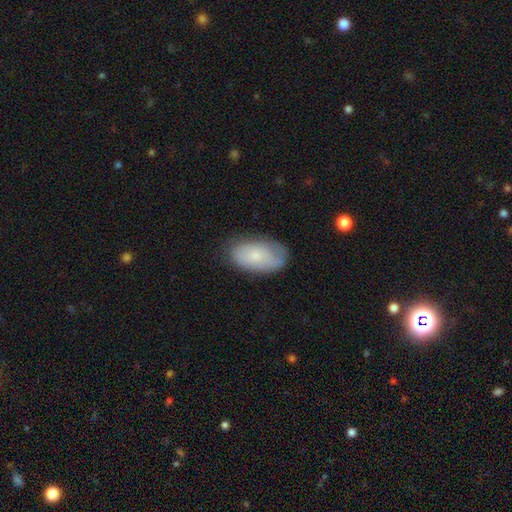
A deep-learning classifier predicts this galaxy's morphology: smooth 69%, featured or disk 24%, star or artifact 7%. Down the decision tree: how rounded — in between (94%); merging — none (68%).